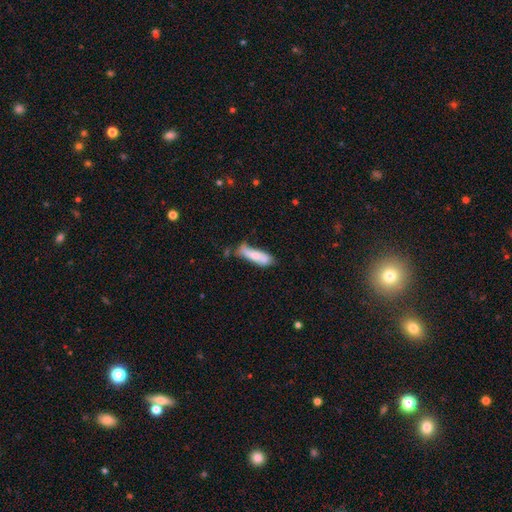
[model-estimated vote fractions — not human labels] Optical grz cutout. It shows a smooth galaxy with no disk features (68%) that is cigar-shaped (56%). Merging: none (41%).